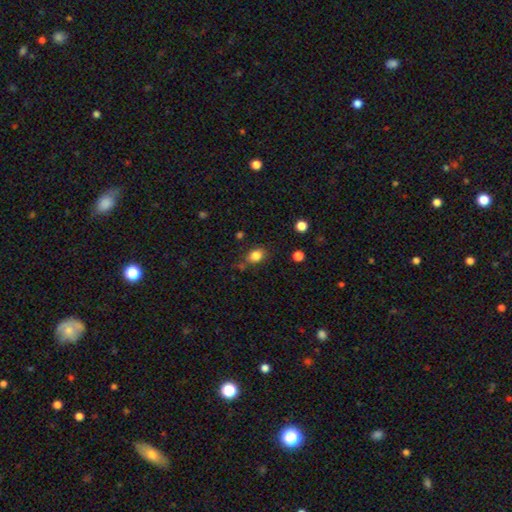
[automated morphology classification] Q: Smooth or featured?
A: smooth (84%); runner-up: star or artifact (11%)
Q: How rounded?
A: in between (59%); runner-up: round (40%)
Q: Merging?
A: none (75%); runner-up: minor disturbance (16%)